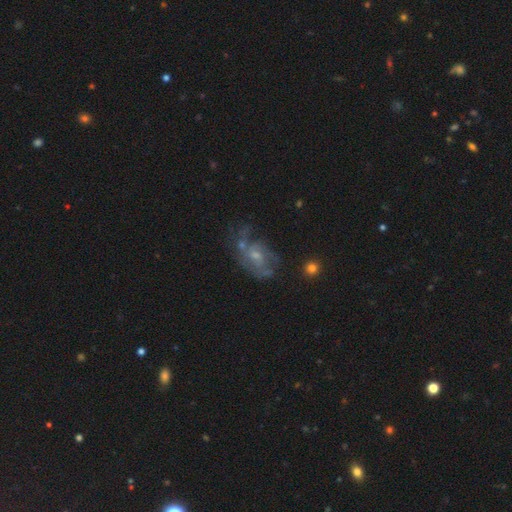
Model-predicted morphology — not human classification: Smooth or featured: featured or disk — 71% (smooth — 18%)
Edge-on disk: no — 96% (yes — 4%)
Bar: no — 63% (weak — 32%)
Spiral arms: yes — 73% (no — 27%)
Spiral winding: medium — 43% (tight — 32%)
Spiral arm count: can't tell — 41% (2 — 30%)
Bulge size: small — 52% (moderate — 36%)
Merging: none — 41% (major disturbance — 26%)